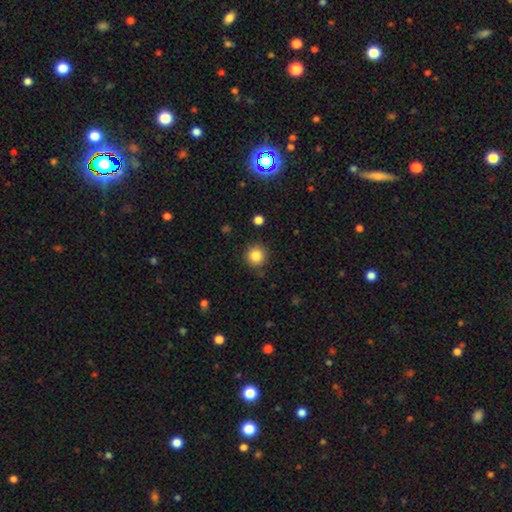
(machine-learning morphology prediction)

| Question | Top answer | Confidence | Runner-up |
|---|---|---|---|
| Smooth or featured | smooth | 85% | star or artifact (11%) |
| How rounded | round | 93% | in between (6%) |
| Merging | none | 86% | minor disturbance (9%) |